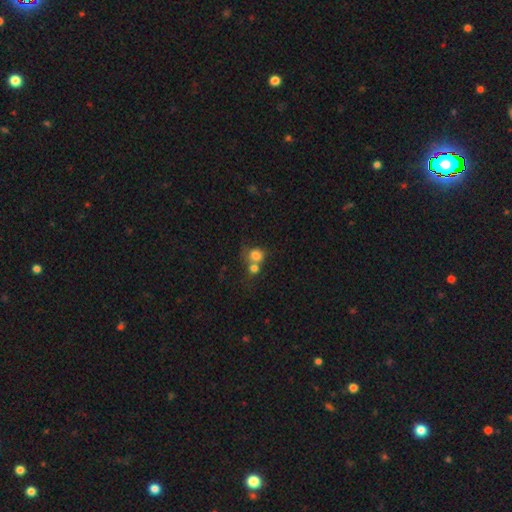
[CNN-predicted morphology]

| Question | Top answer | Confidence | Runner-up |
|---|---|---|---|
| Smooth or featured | smooth | 77% | featured or disk (12%) |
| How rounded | round | 73% | in between (26%) |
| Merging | merger | 55% | none (31%) |